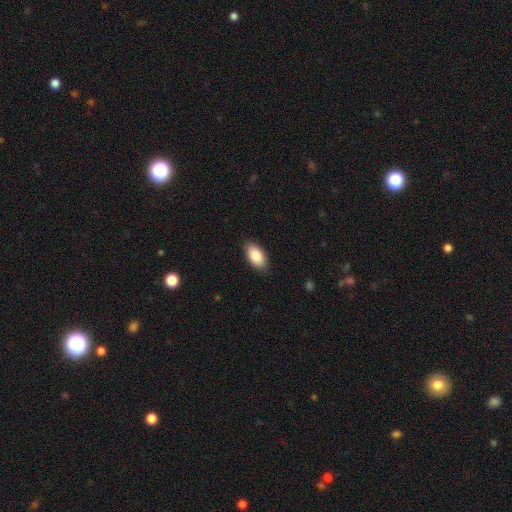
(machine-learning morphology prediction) smooth-or-featured: smooth: 87% | featured or disk: 7% | star or artifact: 6%
  how-rounded: in between: 94% | round: 3% | cigar-shaped: 2%
  merging: none: 87% | minor disturbance: 10% | major disturbance: 2% | merger: 1%